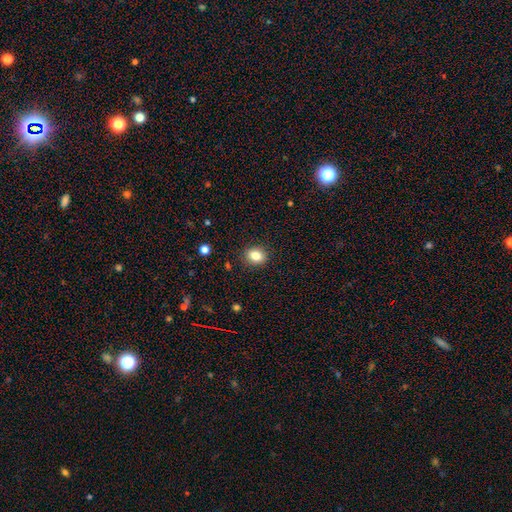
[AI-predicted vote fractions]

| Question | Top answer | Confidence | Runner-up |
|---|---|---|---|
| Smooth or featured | smooth | 83% | star or artifact (10%) |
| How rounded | round | 57% | in between (42%) |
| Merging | none | 89% | minor disturbance (8%) |